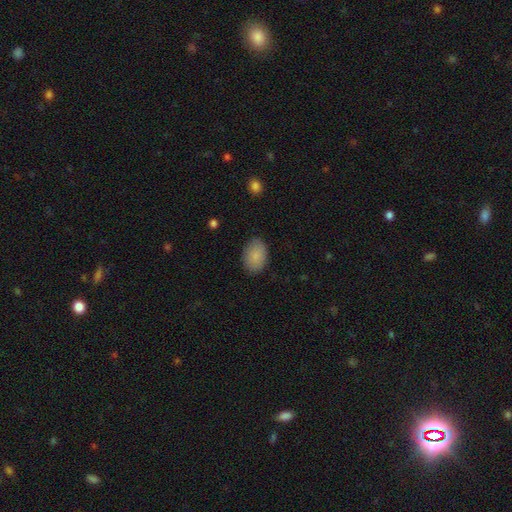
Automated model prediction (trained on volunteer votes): Smooth or featured?
  - smooth: 86% *
  - featured or disk: 7%
  - star or artifact: 7%
How rounded?
  - in between: 79% *
  - round: 20%
  - cigar-shaped: 1%
Merging?
  - none: 83% *
  - minor disturbance: 13%
  - major disturbance: 3%
  - merger: 1%